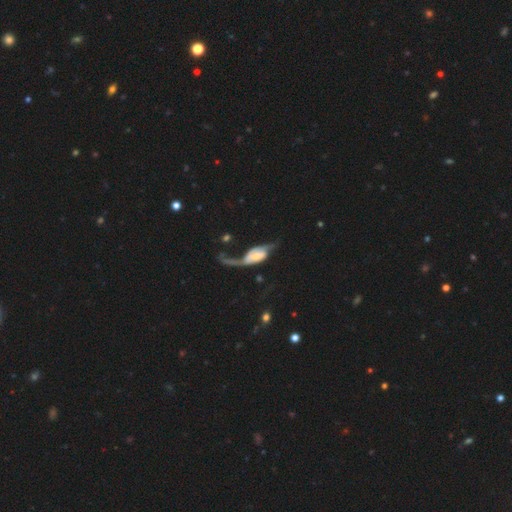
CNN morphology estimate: Smooth or featured? Predicted: featured or disk (p=0.73). Edge-on disk? Predicted: no (p=0.91). Bar? Predicted: no (p=0.48). Spiral arms? Predicted: yes (p=0.85). Spiral winding? Predicted: loose (p=0.71). Spiral arm count? Predicted: 2 (p=0.73). Bulge size? Predicted: small (p=0.41). Merging? Predicted: major disturbance (p=0.49).